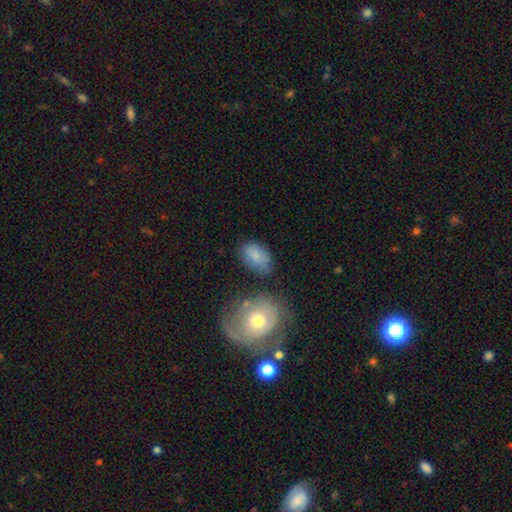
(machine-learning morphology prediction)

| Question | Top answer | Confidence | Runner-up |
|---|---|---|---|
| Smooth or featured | smooth | 79% | featured or disk (12%) |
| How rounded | in between | 89% | round (9%) |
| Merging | none | 61% | minor disturbance (23%) |